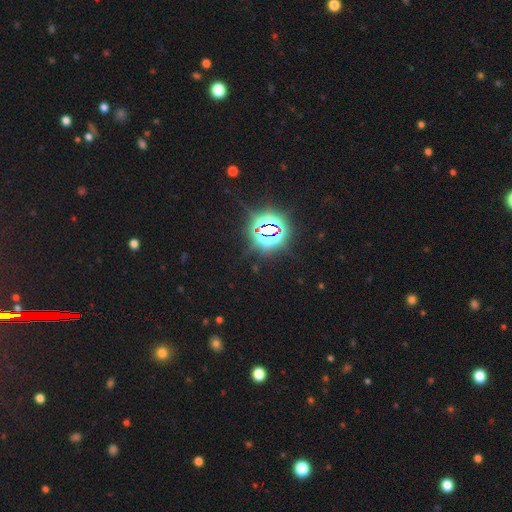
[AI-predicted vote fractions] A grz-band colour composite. It shows a star or artifact, not a galaxy (81%).